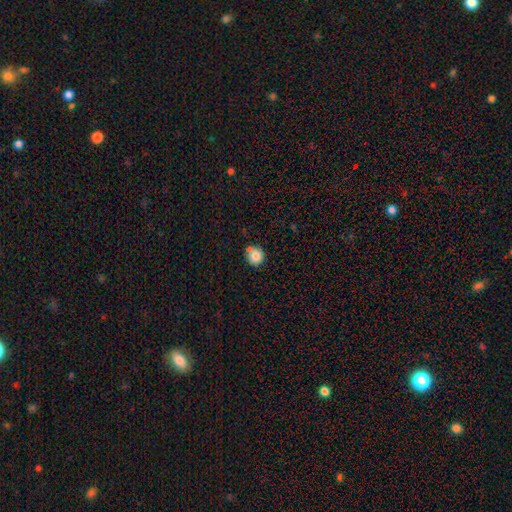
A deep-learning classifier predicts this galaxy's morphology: Smooth or featured? Predicted: smooth (p=0.82). How rounded? Predicted: round (p=0.91). Merging? Predicted: none (p=0.65).